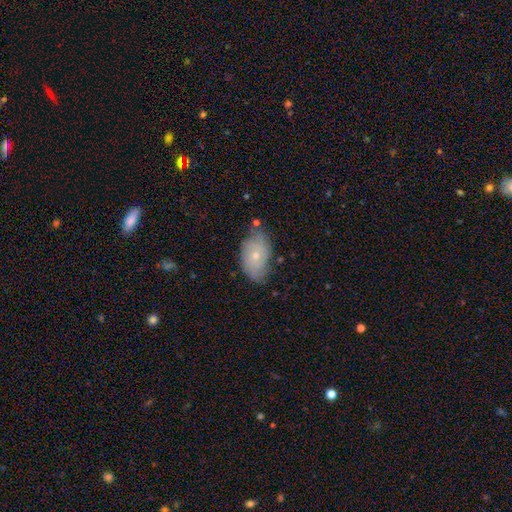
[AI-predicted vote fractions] smooth_or_featured: smooth (p=0.54) [alt: featured or disk p=0.39]
how_rounded: in between (p=0.91) [alt: round p=0.07]
merging: none (p=0.64) [alt: minor disturbance p=0.27]